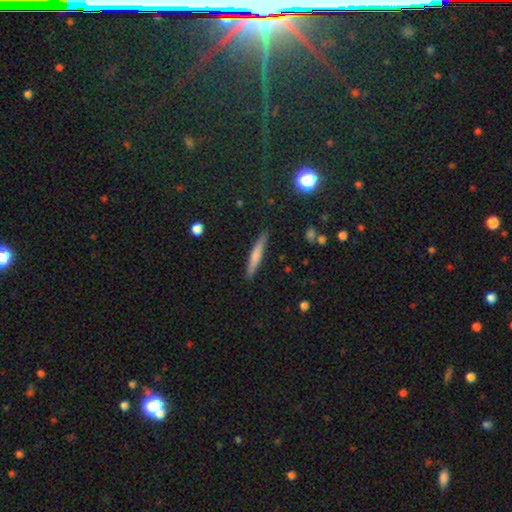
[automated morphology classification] Smooth or featured? Predicted: smooth (p=0.65). How rounded? Predicted: cigar-shaped (p=0.93). Merging? Predicted: none (p=0.87).